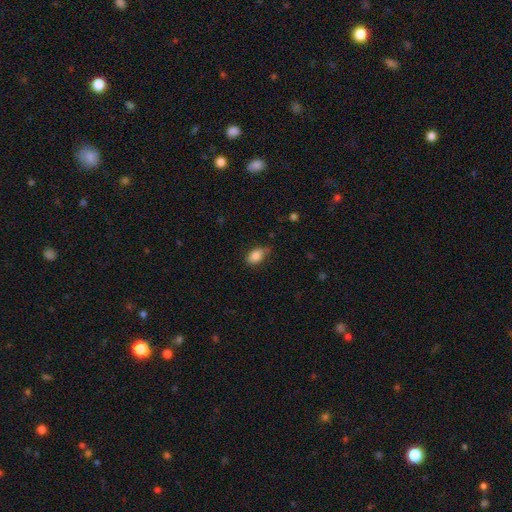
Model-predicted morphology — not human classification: The model was most divided on "merging": none: 55%, minor disturbance: 35%, major disturbance: 7%, merger: 2%. More confident: how rounded — in between (85%); smooth or featured — smooth (83%).